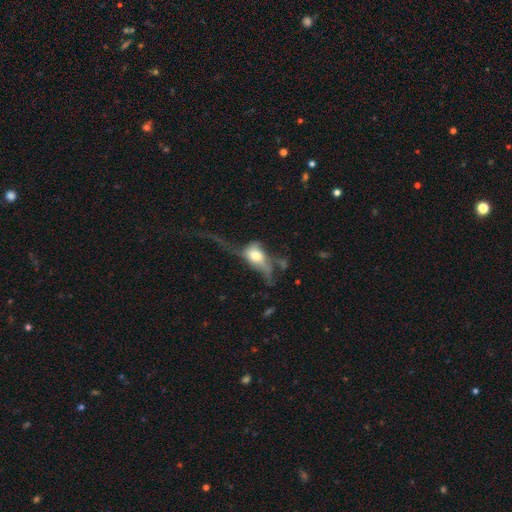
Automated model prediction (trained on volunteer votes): Smooth or featured? Predicted: smooth (p=0.47). Merging? Predicted: major disturbance (p=0.59).